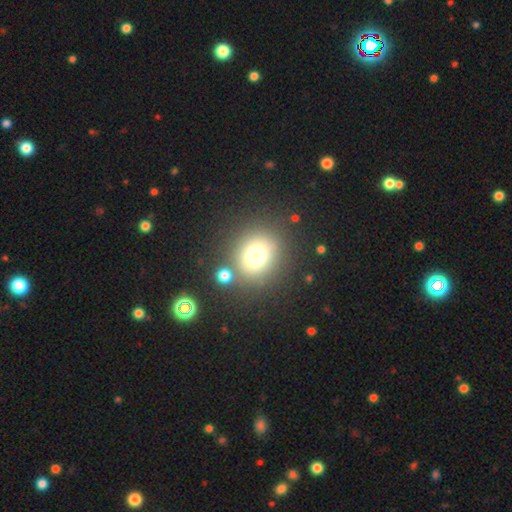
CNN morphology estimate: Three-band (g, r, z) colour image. It shows a smooth galaxy with no disk features (73%) that is round (77%). Merging: none (75%).